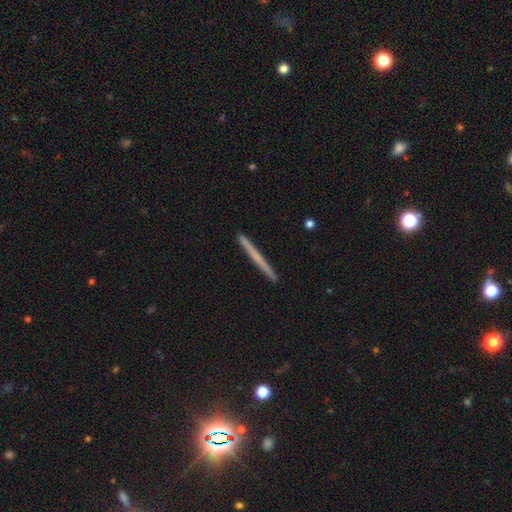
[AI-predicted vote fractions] This is possibly a smooth galaxy (52%). How rounded: clearly cigar-shaped (97%). Merging: clearly none (92%).